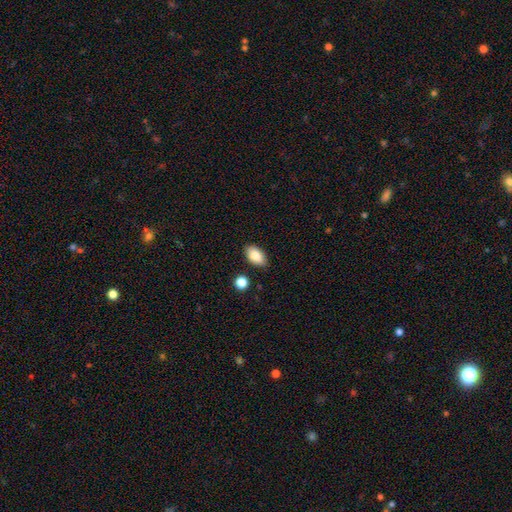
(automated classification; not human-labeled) Morphology: type=smooth (87%); roundness=in between (92%); merging=none (84%).